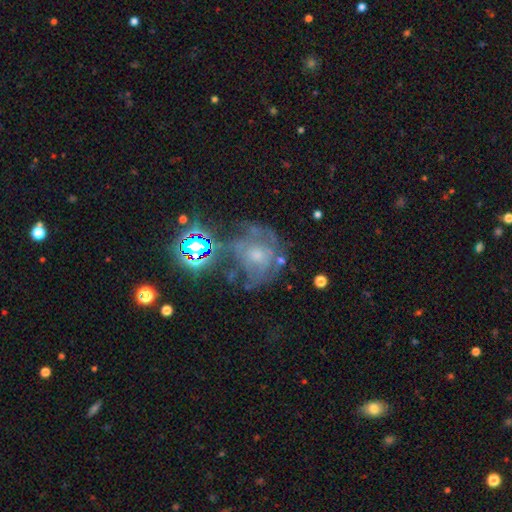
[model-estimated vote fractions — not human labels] Q: Smooth or featured?
A: featured or disk (50%); runner-up: smooth (27%)
Q: Edge-on disk?
A: no (97%); runner-up: yes (3%)
Q: Merging?
A: none (42%); runner-up: major disturbance (27%)